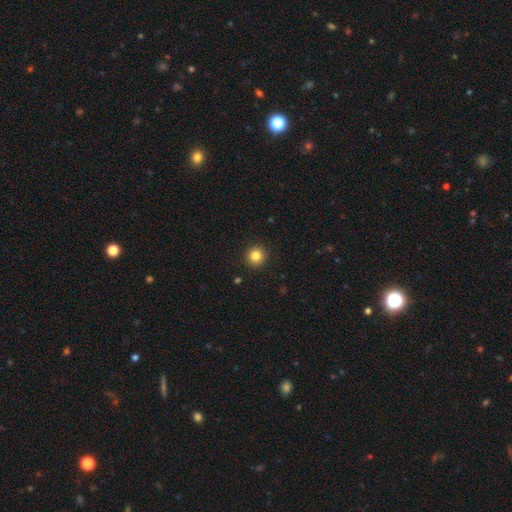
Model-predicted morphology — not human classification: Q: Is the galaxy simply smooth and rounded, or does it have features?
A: smooth — 84%.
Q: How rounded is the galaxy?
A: round — 94%.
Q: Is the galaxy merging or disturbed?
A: none — 92%.